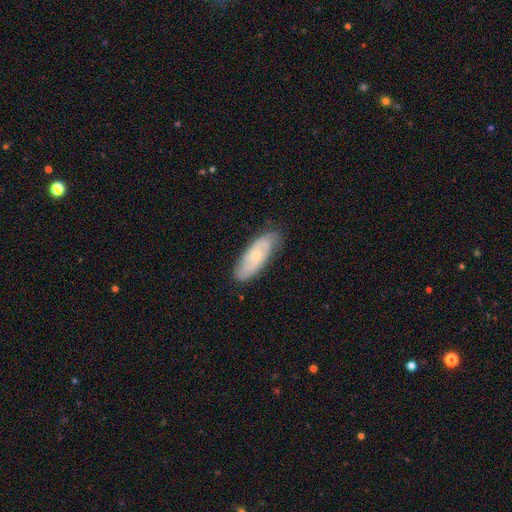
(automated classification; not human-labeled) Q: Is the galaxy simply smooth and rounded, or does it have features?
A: featured or disk — 58%.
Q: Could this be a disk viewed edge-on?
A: no — 86%.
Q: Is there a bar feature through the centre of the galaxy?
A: no — 78%.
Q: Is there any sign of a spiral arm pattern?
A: yes — 78%.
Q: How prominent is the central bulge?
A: small — 71%.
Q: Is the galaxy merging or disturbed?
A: none — 77%.